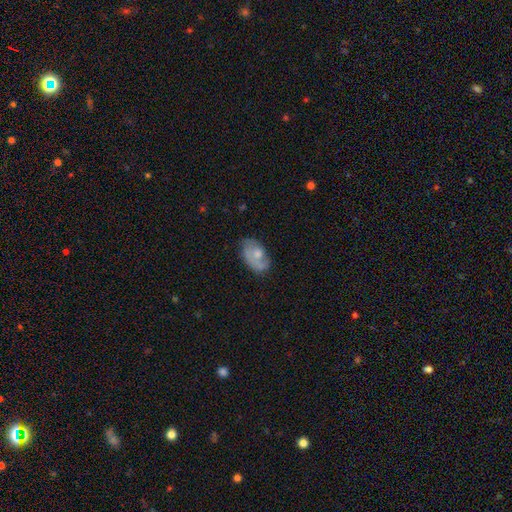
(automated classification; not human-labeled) This is possibly a featured or disk galaxy (47%). Merging: possibly none (54%).